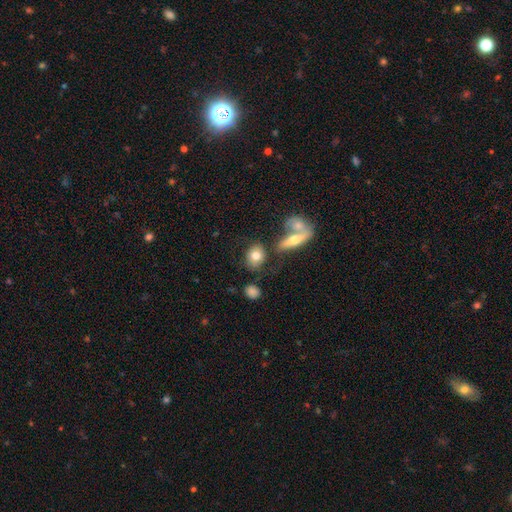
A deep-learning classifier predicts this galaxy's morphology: This appears to be a smooth galaxy with no disk features (76%) that is in between round and cigar-shaped (56%). Merging: none (65%).